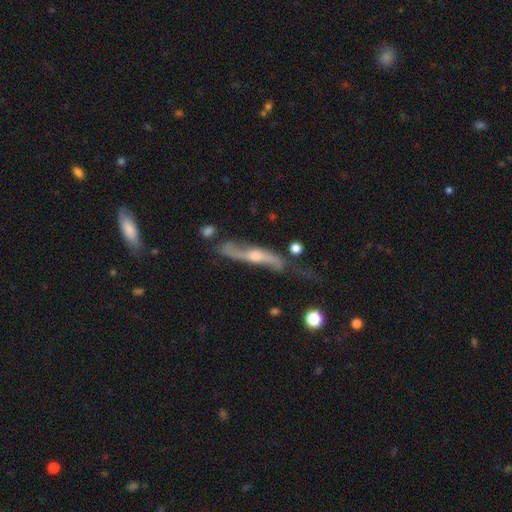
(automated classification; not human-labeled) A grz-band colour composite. It shows a featured or disk galaxy (78%) viewed edge-on (54%). Merging: none (56%).